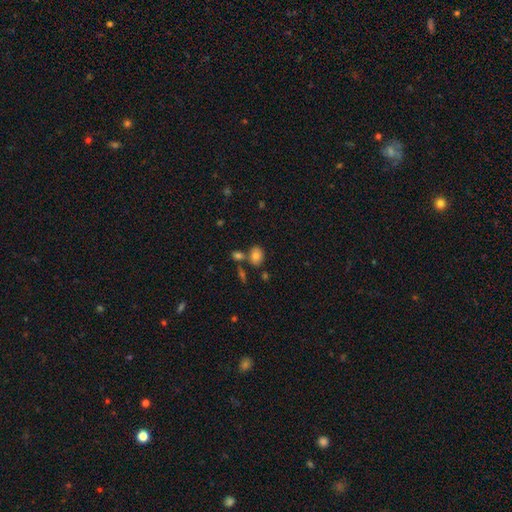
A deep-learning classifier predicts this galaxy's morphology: Smooth or featured?
  - smooth: 81% *
  - star or artifact: 10%
  - featured or disk: 9%
How rounded?
  - in between: 74% *
  - round: 25%
  - cigar-shaped: 1%
Merging?
  - none: 64% *
  - merger: 20%
  - minor disturbance: 12%
  - major disturbance: 4%